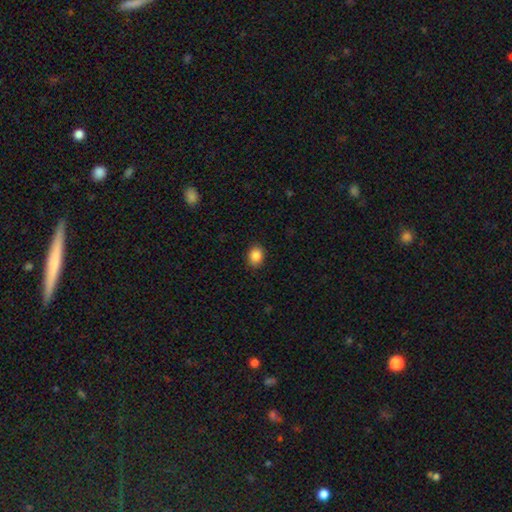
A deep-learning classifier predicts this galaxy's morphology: Smooth or featured? Predicted: smooth (p=0.87). How rounded? Predicted: in between (p=0.52). Merging? Predicted: none (p=0.89).